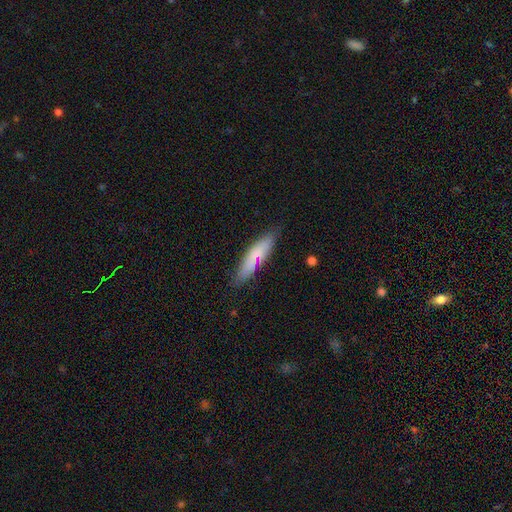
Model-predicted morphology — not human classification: Smooth or featured?
  - smooth: 70% *
  - featured or disk: 23%
  - star or artifact: 7%
How rounded?
  - cigar-shaped: 75% *
  - in between: 23%
  - round: 2%
Merging?
  - none: 80% *
  - minor disturbance: 14%
  - major disturbance: 3%
  - merger: 3%